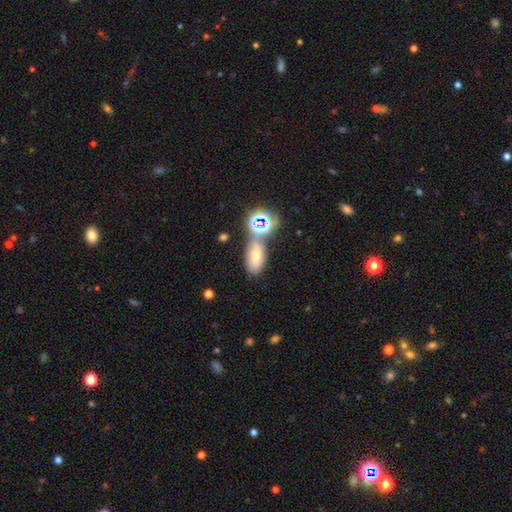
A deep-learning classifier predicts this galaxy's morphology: smooth-or-featured: smooth: 61% | star or artifact: 24% | featured or disk: 15%
  how-rounded: in between: 80% | round: 14% | cigar-shaped: 6%
  merging: none: 57% | merger: 21% | minor disturbance: 15% | major disturbance: 6%